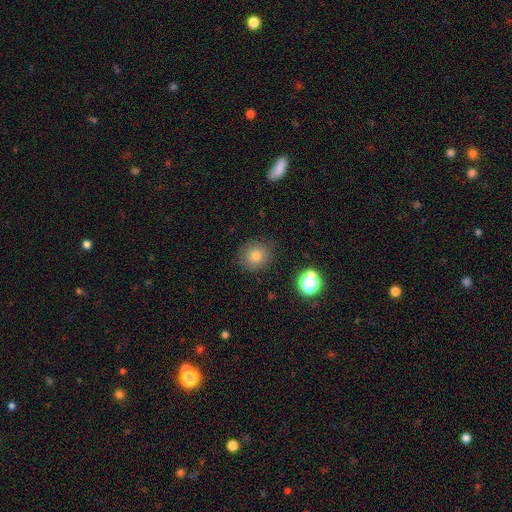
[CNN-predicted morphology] Smooth or featured? Predicted: smooth (p=0.77). How rounded? Predicted: round (p=0.91). Merging? Predicted: none (p=0.87).